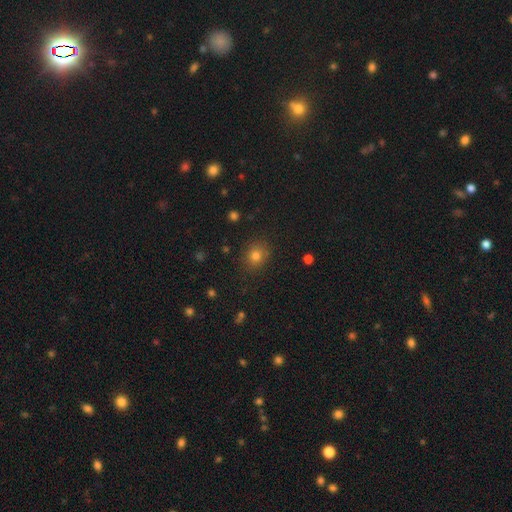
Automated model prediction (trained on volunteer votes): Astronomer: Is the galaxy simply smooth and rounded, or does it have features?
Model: smooth — 76%.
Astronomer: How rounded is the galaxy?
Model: round — 69%.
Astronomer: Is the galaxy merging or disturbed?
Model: none — 86%.